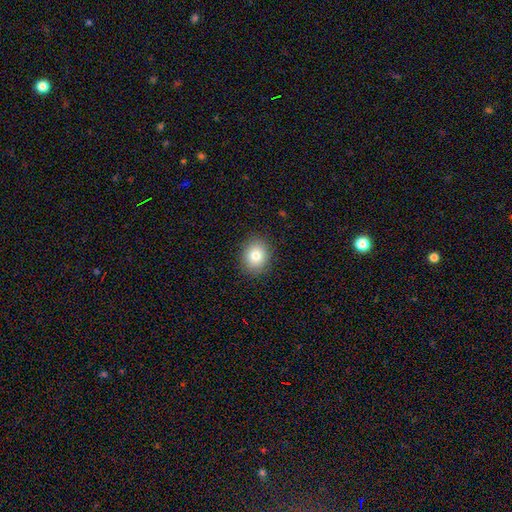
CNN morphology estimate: type=smooth (81%); roundness=round (56%); merging=none (89%).